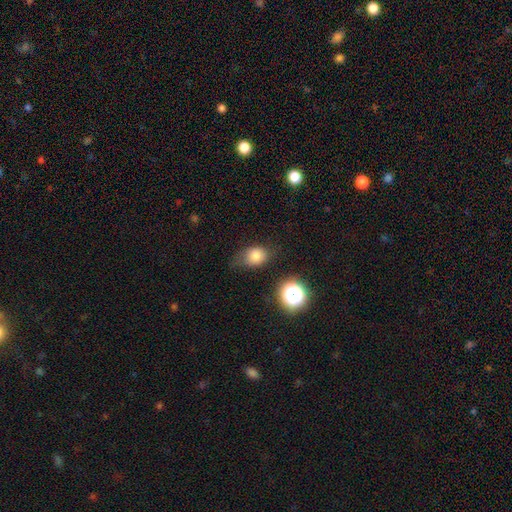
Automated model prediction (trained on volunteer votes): Smooth or featured: smooth — 80% (star or artifact — 12%)
How rounded: in between — 58% (round — 40%)
Merging: none — 58% (minor disturbance — 30%)